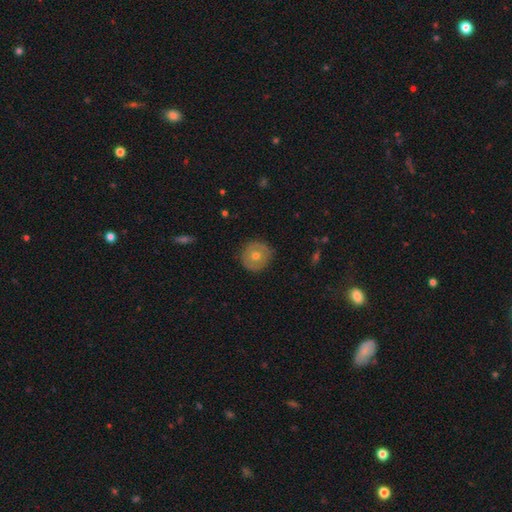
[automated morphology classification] type=smooth (52%); roundness=round (93%); merging=none (87%).